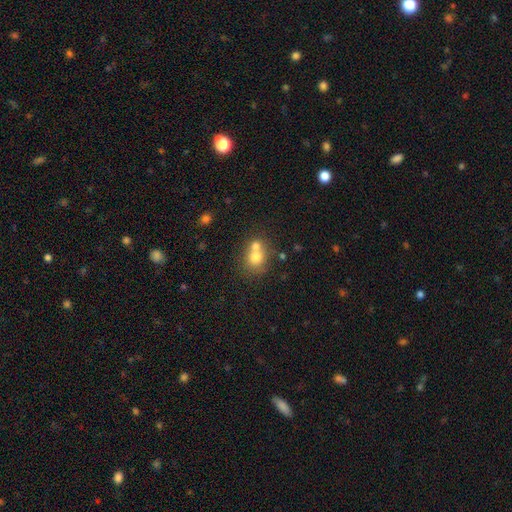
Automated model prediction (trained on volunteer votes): Smooth or featured?
  - smooth: 71% *
  - featured or disk: 17%
  - star or artifact: 13%
How rounded?
  - round: 71% *
  - in between: 28%
  - cigar-shaped: 1%
Merging?
  - merger: 54% *
  - none: 34%
  - minor disturbance: 8%
  - major disturbance: 3%